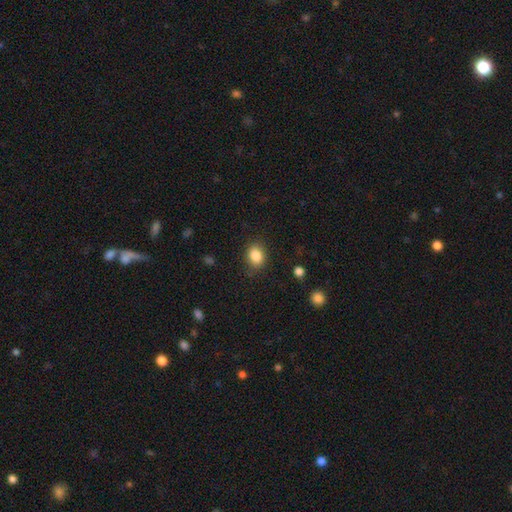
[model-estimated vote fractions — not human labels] A smooth galaxy with no disk features (85%) that is in between round and cigar-shaped (54%). Merging: none (84%).